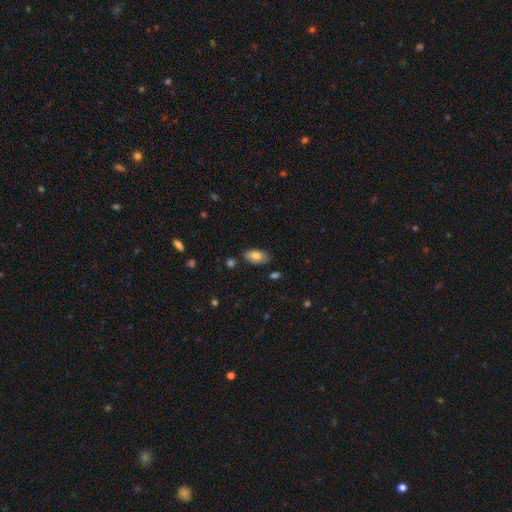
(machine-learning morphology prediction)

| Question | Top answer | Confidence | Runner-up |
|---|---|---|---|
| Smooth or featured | smooth | 77% | featured or disk (16%) |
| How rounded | in between | 94% | round (3%) |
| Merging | none | 77% | minor disturbance (18%) |